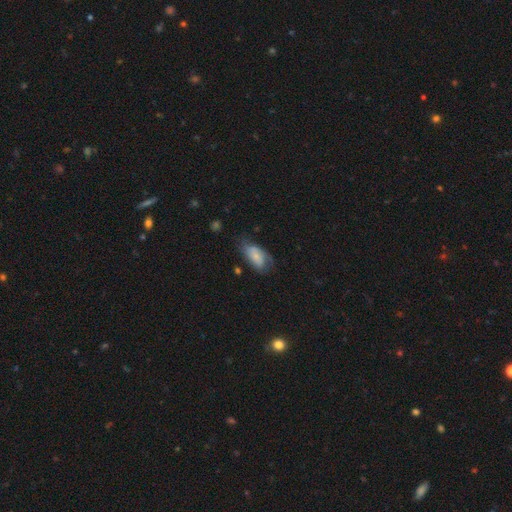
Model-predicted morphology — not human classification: type=smooth (69%); roundness=in between (90%); merging=none (50%).